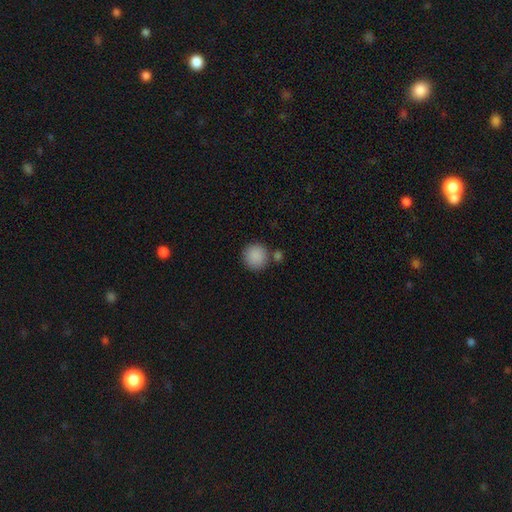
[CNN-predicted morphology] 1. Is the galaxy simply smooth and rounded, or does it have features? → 89% smooth, 8% star or artifact, 3% featured or disk.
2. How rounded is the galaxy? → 93% round, 6% in between, 1% cigar-shaped.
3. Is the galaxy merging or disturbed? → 77% none, 11% merger, 9% minor disturbance, 3% major disturbance.